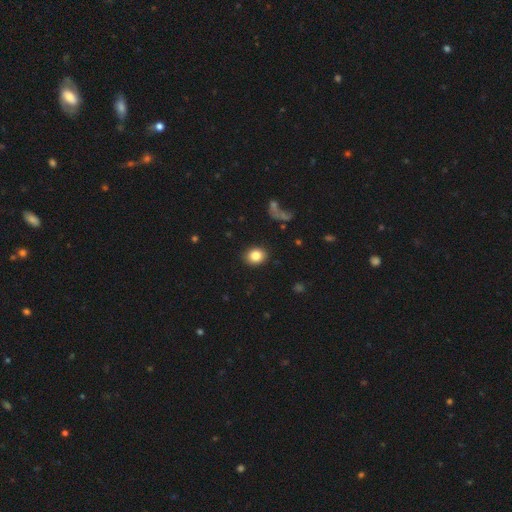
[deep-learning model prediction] Overall: smooth (84%). How rounded: round (61%; in between 37%). Merging: none (90%).